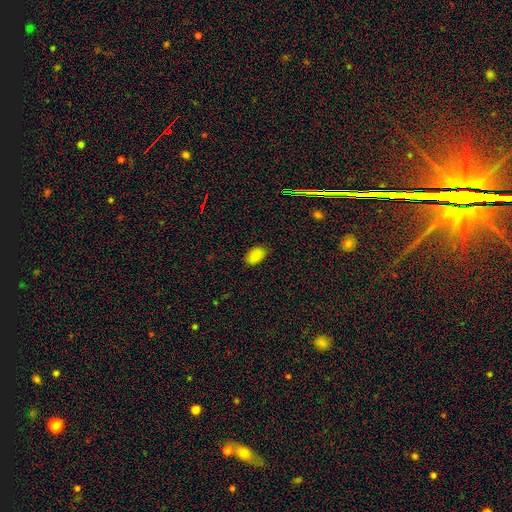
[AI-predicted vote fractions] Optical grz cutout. It shows a smooth galaxy with no disk features (86%) that is in between round and cigar-shaped (90%). Merging: none (84%).